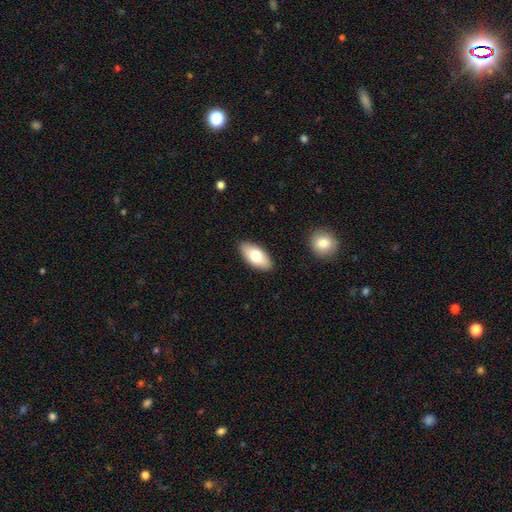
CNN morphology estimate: smooth 74%, featured or disk 20%, star or artifact 6%. Down the decision tree: how rounded — in between (91%); merging — none (89%).